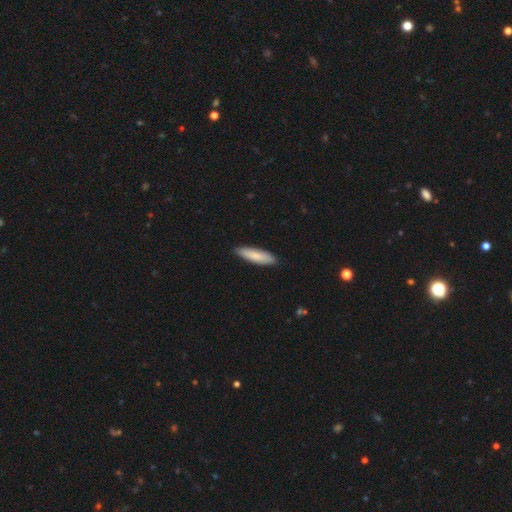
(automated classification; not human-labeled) Smooth or featured?
  - smooth: 84% *
  - featured or disk: 11%
  - star or artifact: 5%
How rounded?
  - cigar-shaped: 64% *
  - in between: 35%
  - round: 1%
Merging?
  - none: 88% *
  - minor disturbance: 9%
  - major disturbance: 2%
  - merger: 1%